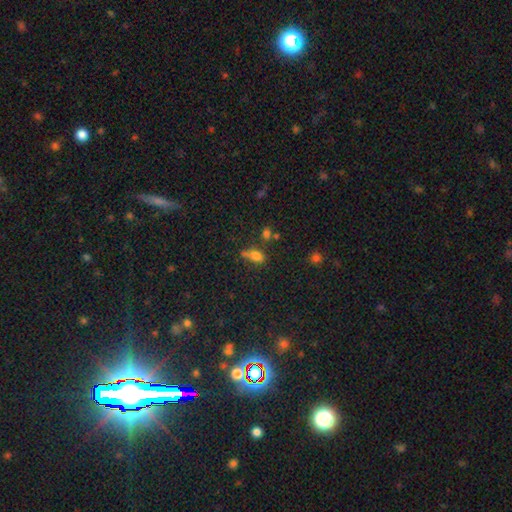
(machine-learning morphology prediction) Q: Smooth or featured?
A: smooth (71%); runner-up: star or artifact (16%)
Q: How rounded?
A: in between (76%); runner-up: round (13%)
Q: Merging?
A: none (44%); runner-up: merger (22%)